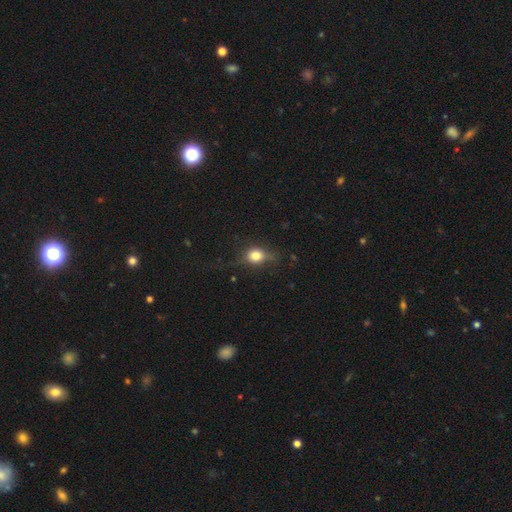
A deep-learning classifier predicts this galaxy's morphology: Overall: smooth (74%). How rounded: round (58%; in between 39%). Merging: none (58%; minor disturbance 26%).